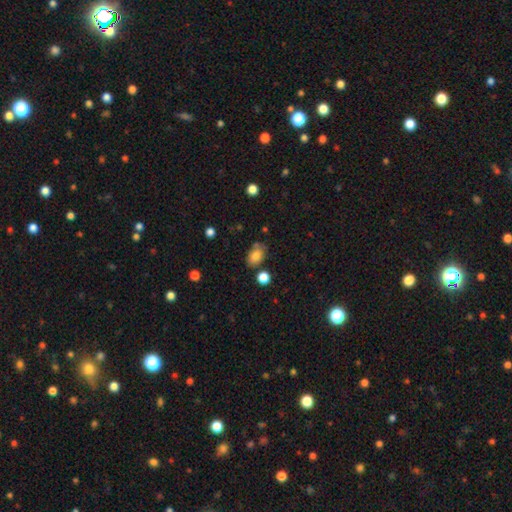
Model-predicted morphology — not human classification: A smooth galaxy with no disk features (80%) that is in between round and cigar-shaped (85%).

Vote fractions:
- Smooth or featured? smooth: 80% / featured or disk: 11% / star or artifact: 9%
- How rounded? in between: 85% / round: 14% / cigar-shaped: 1%
- Merging? none: 71% / minor disturbance: 17% / merger: 7% / major disturbance: 4%